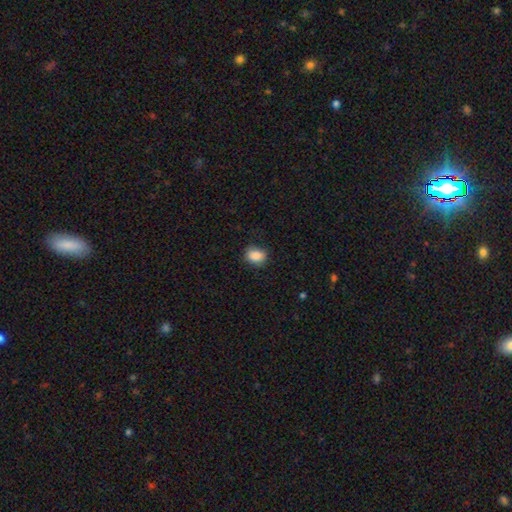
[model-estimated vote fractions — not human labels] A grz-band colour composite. It shows a smooth galaxy with no disk features (87%) that is in between round and cigar-shaped (59%). Merging: none (81%).